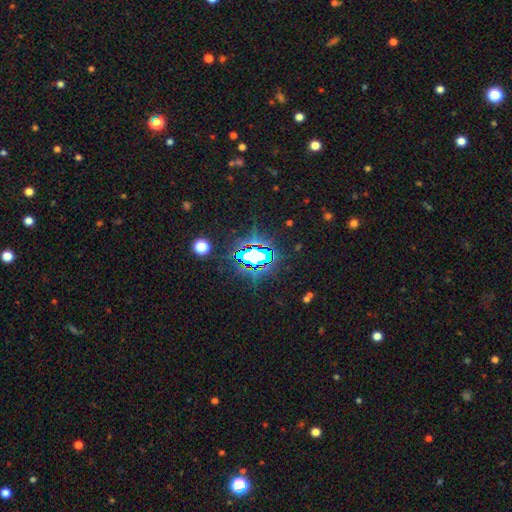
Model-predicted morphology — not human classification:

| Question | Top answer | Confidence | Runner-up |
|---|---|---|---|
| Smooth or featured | star or artifact | 75% | smooth (13%) |